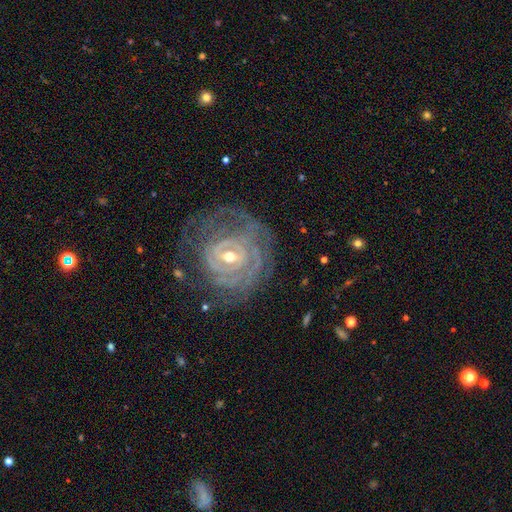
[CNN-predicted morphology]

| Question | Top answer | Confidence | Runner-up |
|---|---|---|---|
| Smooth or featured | featured or disk | 74% | star or artifact (14%) |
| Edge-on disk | no | 96% | yes (4%) |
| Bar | no | 49% | weak (38%) |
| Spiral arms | yes | 86% | no (14%) |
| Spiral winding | tight | 73% | medium (21%) |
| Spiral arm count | can't tell | 47% | 2 (22%) |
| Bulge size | small | 64% | moderate (32%) |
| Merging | none | 71% | minor disturbance (16%) |